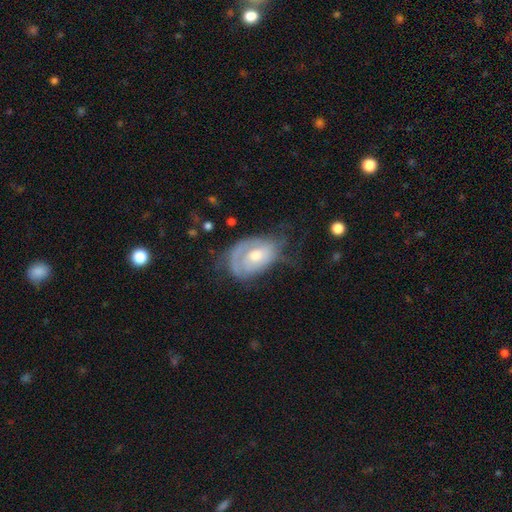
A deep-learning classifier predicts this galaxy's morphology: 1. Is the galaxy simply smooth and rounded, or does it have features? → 66% featured or disk, 27% smooth, 6% star or artifact.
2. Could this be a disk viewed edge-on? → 95% no, 5% yes.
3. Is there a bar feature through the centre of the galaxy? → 72% no, 23% weak, 4% strong.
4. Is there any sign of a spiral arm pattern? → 74% yes, 26% no.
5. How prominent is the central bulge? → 65% moderate, 24% small, 8% large, 2% none, 1% dominant.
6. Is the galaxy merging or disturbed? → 43% none, 30% minor disturbance, 25% major disturbance, 2% merger.